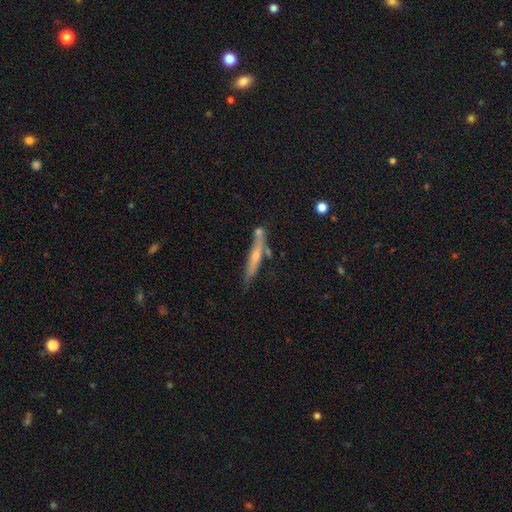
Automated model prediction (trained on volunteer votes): The model was most divided on "smooth or featured": featured or disk: 58%, smooth: 35%, star or artifact: 7%. More confident: edge-on disk — yes (92%); merging — none (71%); edge-on bulge — rounded (67%).